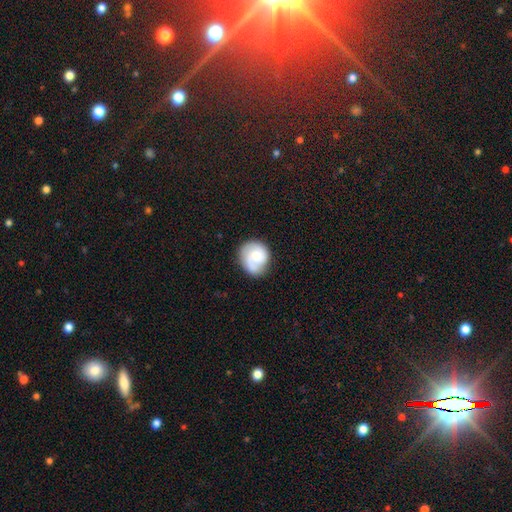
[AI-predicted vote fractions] Smooth or featured?
  - featured or disk: 48% *
  - smooth: 45%
  - star or artifact: 7%
Merging?
  - none: 61% *
  - minor disturbance: 25%
  - major disturbance: 9%
  - merger: 4%